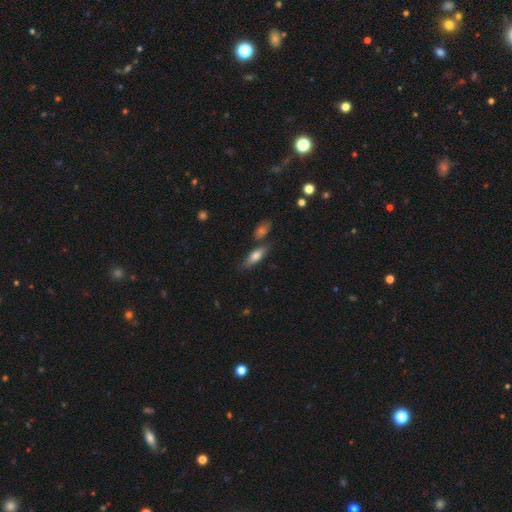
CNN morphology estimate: Q: Smooth or featured?
A: smooth (72%); runner-up: featured or disk (21%)
Q: How rounded?
A: in between (61%); runner-up: cigar-shaped (36%)
Q: Merging?
A: none (67%); runner-up: minor disturbance (16%)